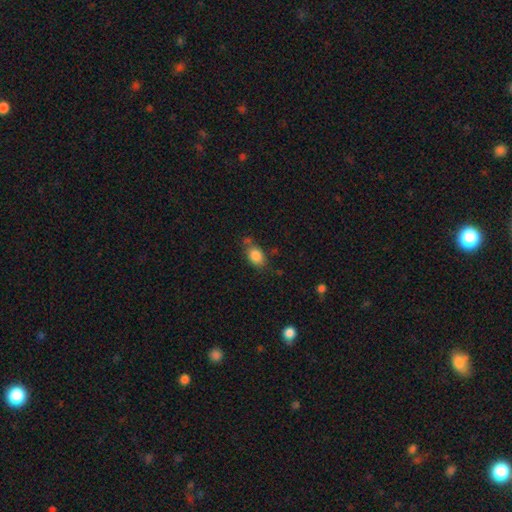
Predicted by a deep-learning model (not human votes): A smooth galaxy with no disk features (85%) that is in between round and cigar-shaped (76%).

Vote fractions:
- Smooth or featured? smooth: 85% / star or artifact: 9% / featured or disk: 6%
- How rounded? in between: 76% / round: 23% / cigar-shaped: 2%
- Merging? none: 63% / minor disturbance: 21% / merger: 10% / major disturbance: 6%